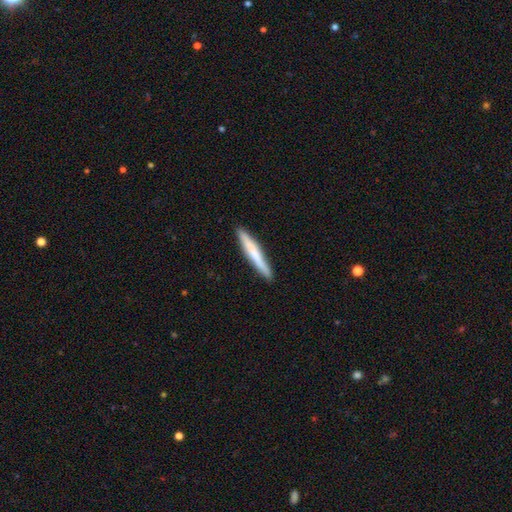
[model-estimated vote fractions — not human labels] A smooth galaxy with no disk features (65%) that is cigar-shaped (96%). Merging: none (91%).